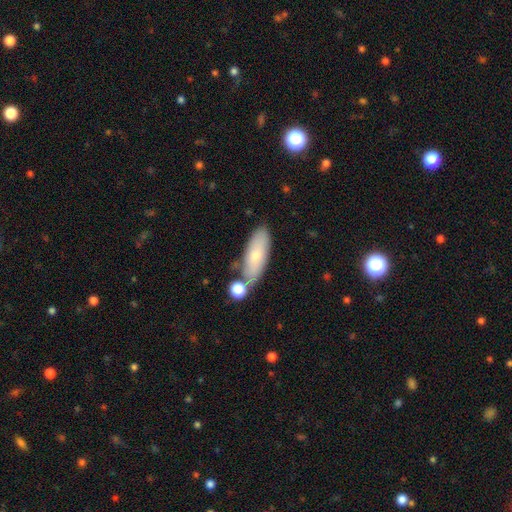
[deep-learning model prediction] Smooth or featured?
  - smooth: 66% *
  - featured or disk: 27%
  - star or artifact: 7%
How rounded?
  - in between: 70% *
  - cigar-shaped: 27%
  - round: 3%
Merging?
  - none: 65% *
  - minor disturbance: 17%
  - merger: 14%
  - major disturbance: 4%